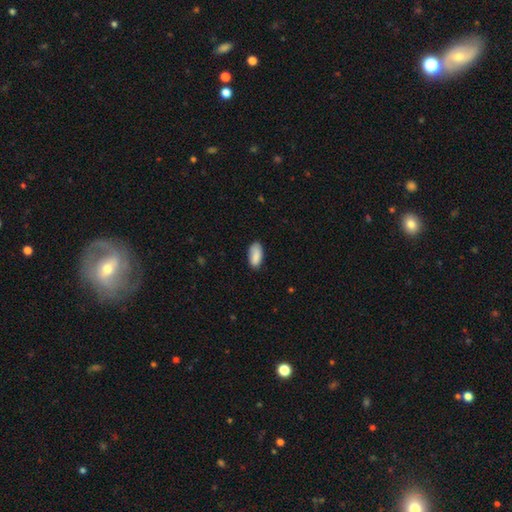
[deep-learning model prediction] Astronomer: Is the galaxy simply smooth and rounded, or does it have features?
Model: smooth — 87%.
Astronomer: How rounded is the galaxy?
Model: in between — 91%.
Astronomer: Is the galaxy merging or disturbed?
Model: none — 77%.